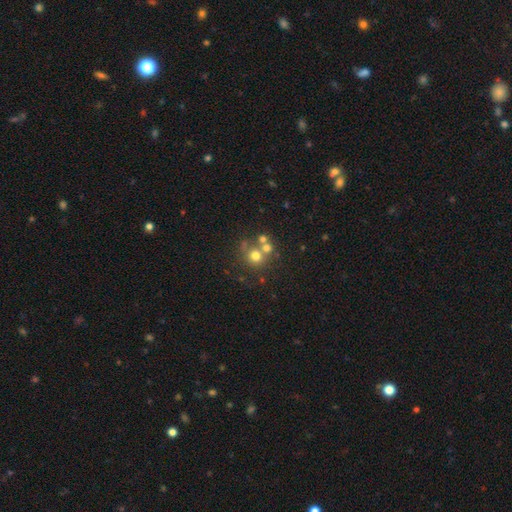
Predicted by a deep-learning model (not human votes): Overall: smooth (65%). How rounded: round (87%). Merging: none (50%; merger 37%).